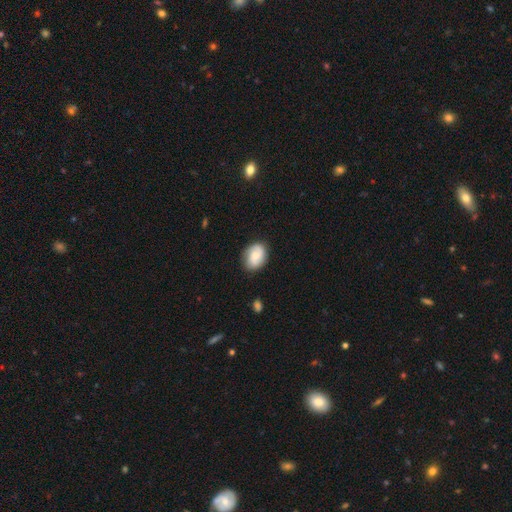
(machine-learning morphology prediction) smooth-or-featured: smooth: 59% | featured or disk: 34% | star or artifact: 7%
  how-rounded: in between: 71% | round: 28% | cigar-shaped: 1%
  merging: none: 79% | minor disturbance: 16% | major disturbance: 4% | merger: 1%